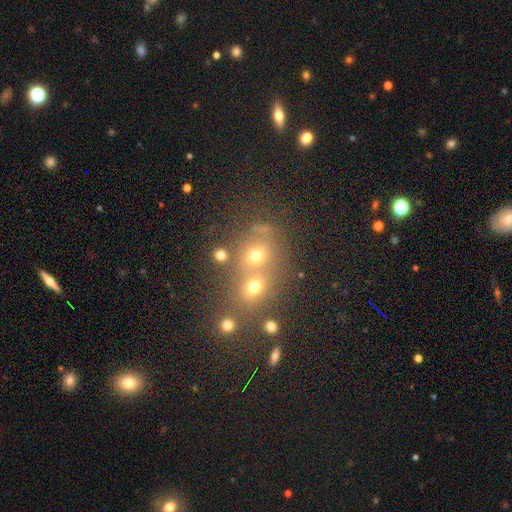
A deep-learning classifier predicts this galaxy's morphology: Q: Smooth or featured?
A: smooth (65%); runner-up: star or artifact (22%)
Q: How rounded?
A: round (70%); runner-up: in between (29%)
Q: Merging?
A: merger (44%); runner-up: none (43%)